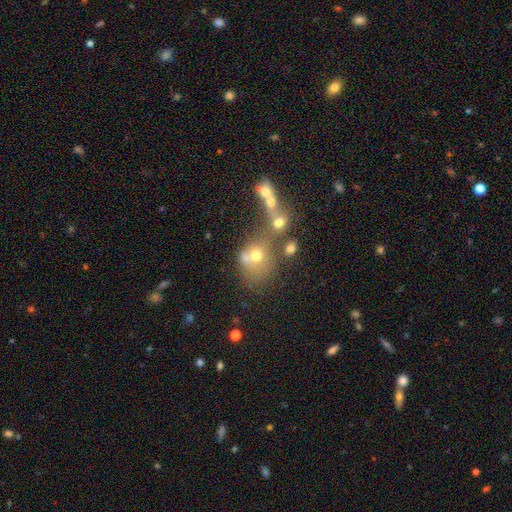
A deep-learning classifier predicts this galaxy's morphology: smooth_or_featured: smooth (p=0.56) [alt: featured or disk p=0.25]
how_rounded: round (p=0.60) [alt: in between p=0.39]
merging: merger (p=0.51) [alt: none p=0.27]